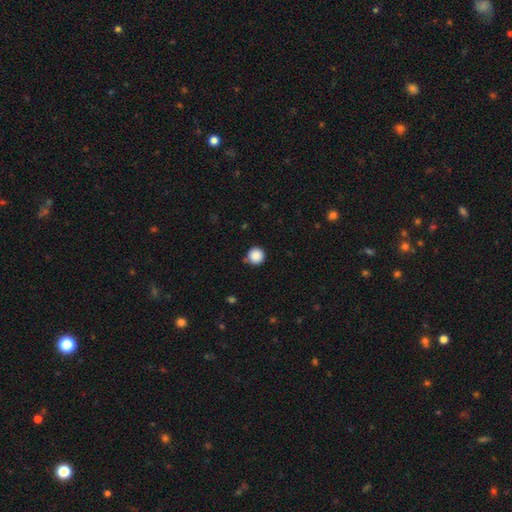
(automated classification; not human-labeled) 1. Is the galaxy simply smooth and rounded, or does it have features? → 88% smooth, 9% star or artifact, 3% featured or disk.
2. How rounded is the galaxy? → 96% round, 3% in between, 1% cigar-shaped.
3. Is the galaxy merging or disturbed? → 85% none, 10% minor disturbance, 3% merger, 2% major disturbance.